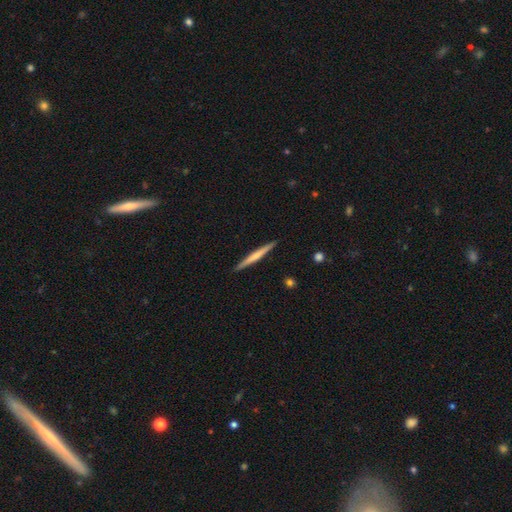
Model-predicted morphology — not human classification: A featured or disk galaxy (50%). Merging: none (92%).